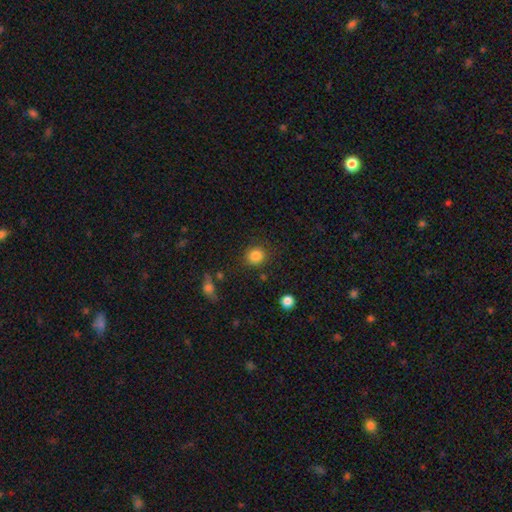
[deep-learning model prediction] This appears to be a smooth galaxy with no disk features (84%) that is round (85%). Merging: none (86%).